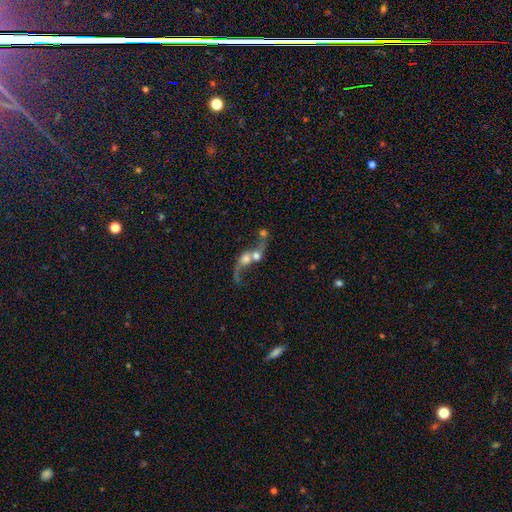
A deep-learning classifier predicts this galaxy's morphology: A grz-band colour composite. It shows a featured or disk galaxy (58%) with no bar (74%), spiral arms (64%) and a moderate central bulge (34%). Merging: merger (71%).